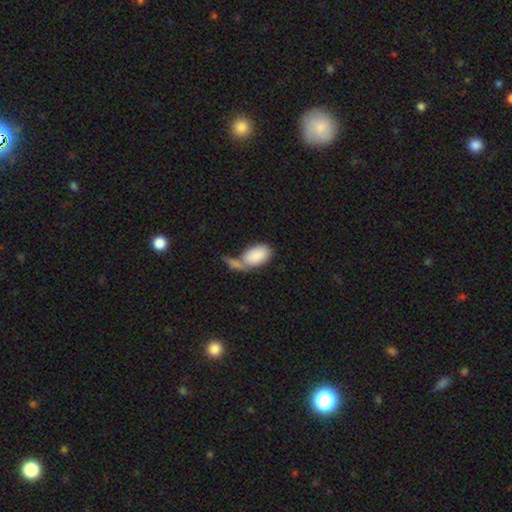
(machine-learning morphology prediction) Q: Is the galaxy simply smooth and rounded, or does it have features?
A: smooth — 86%.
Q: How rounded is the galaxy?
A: in between — 94%.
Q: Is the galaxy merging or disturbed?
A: none — 37%.